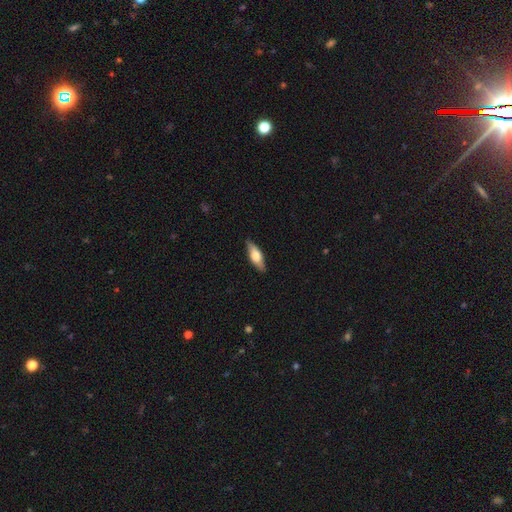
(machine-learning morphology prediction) A smooth galaxy with no disk features (56%) that is in between round and cigar-shaped (55%).

Vote fractions:
- Smooth or featured? smooth: 56% / featured or disk: 39% / star or artifact: 5%
- How rounded? in between: 55% / cigar-shaped: 42% / round: 3%
- Merging? none: 87% / minor disturbance: 11% / major disturbance: 2% / merger: 1%